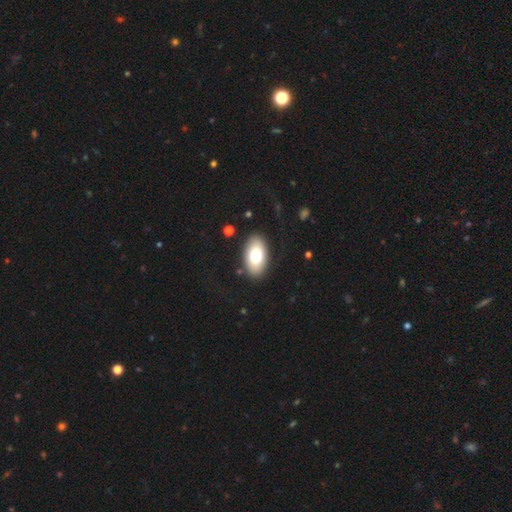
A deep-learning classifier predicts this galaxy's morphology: Smooth or featured?
  - smooth: 75% *
  - featured or disk: 18%
  - star or artifact: 7%
How rounded?
  - in between: 94% *
  - round: 4%
  - cigar-shaped: 2%
Merging?
  - none: 87% *
  - minor disturbance: 9%
  - major disturbance: 3%
  - merger: 1%